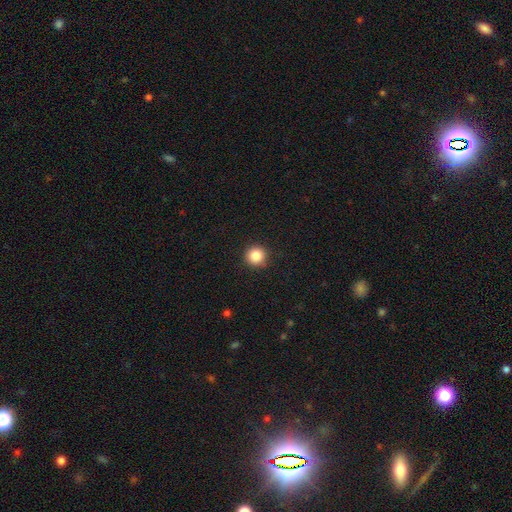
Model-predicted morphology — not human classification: A smooth galaxy with no disk features (85%) that is round (95%).

Vote fractions:
- Smooth or featured? smooth: 85% / star or artifact: 10% / featured or disk: 5%
- How rounded? round: 95% / in between: 4% / cigar-shaped: 1%
- Merging? none: 92% / minor disturbance: 5% / major disturbance: 2% / merger: 1%